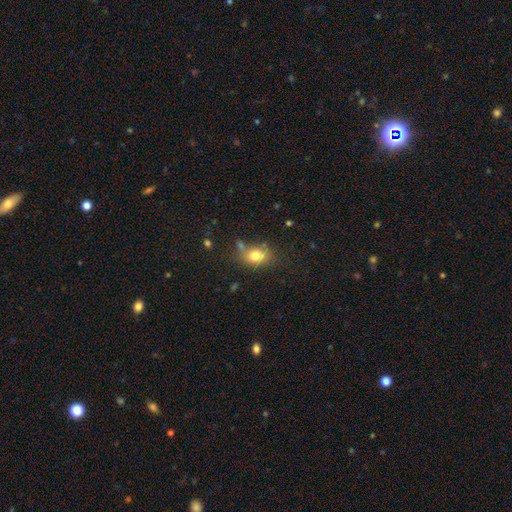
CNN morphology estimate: Smooth or featured? smooth (79%)
How rounded? in between (71%)
Merging? none (61%)